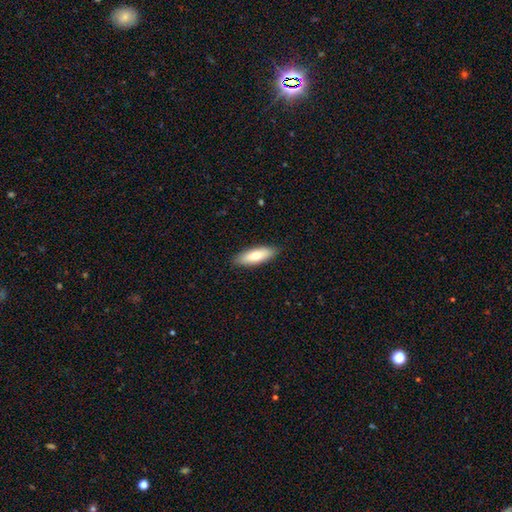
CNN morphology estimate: smooth 72%, featured or disk 22%, star or artifact 6%. Down the decision tree: how rounded — in between (61%); merging — none (88%).